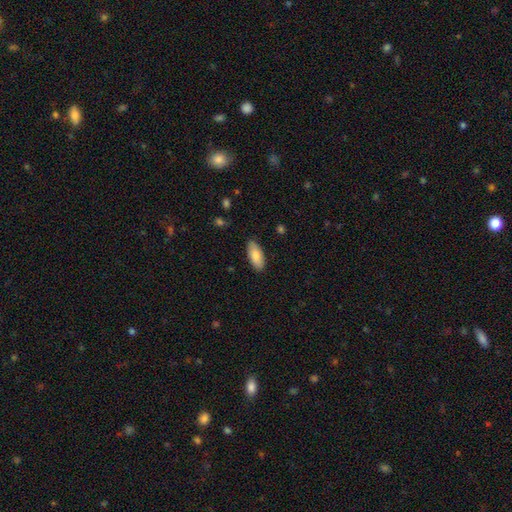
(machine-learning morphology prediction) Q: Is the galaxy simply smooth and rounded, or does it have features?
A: smooth — 84%.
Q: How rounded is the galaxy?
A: in between — 86%.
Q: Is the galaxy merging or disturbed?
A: none — 86%.